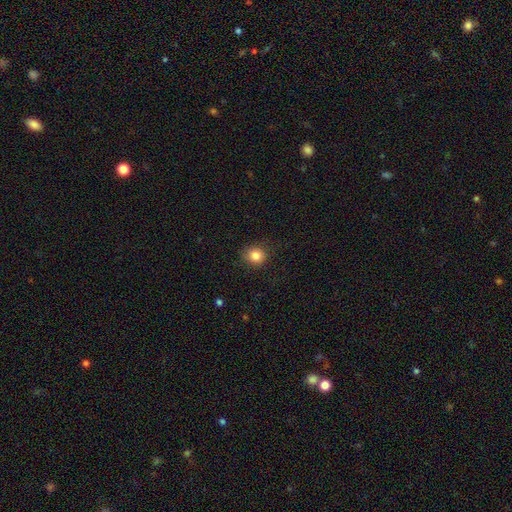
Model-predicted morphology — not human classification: Smooth or featured? Predicted: smooth (p=0.84). How rounded? Predicted: round (p=0.83). Merging? Predicted: none (p=0.86).